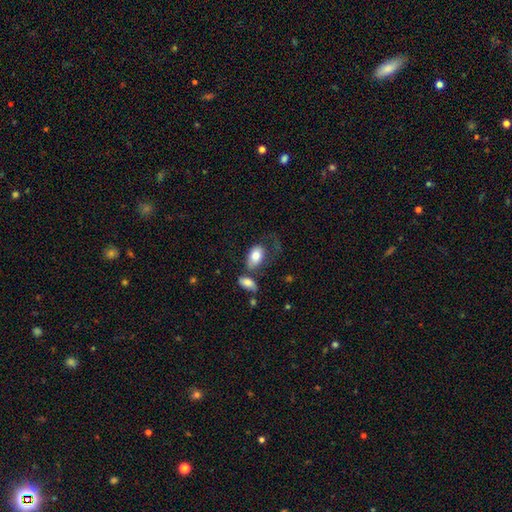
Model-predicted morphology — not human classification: A smooth galaxy with no disk features (78%) that is in between round and cigar-shaped (90%). Merging: none (33%).